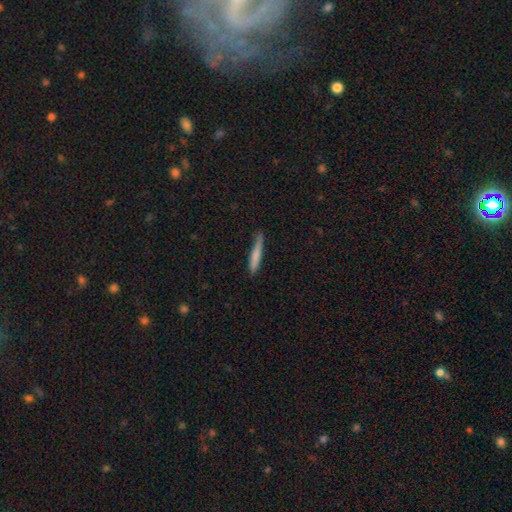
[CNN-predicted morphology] The model was most divided on "merging": none: 76%, minor disturbance: 20%, major disturbance: 3%, merger: 2%. More confident: how rounded — cigar-shaped (94%); smooth or featured — smooth (76%).